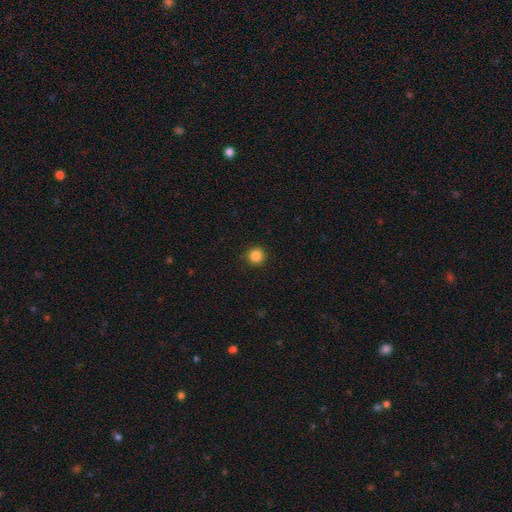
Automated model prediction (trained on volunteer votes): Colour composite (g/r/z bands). It shows a smooth galaxy with no disk features (86%) that is round (95%). Merging: none (92%).